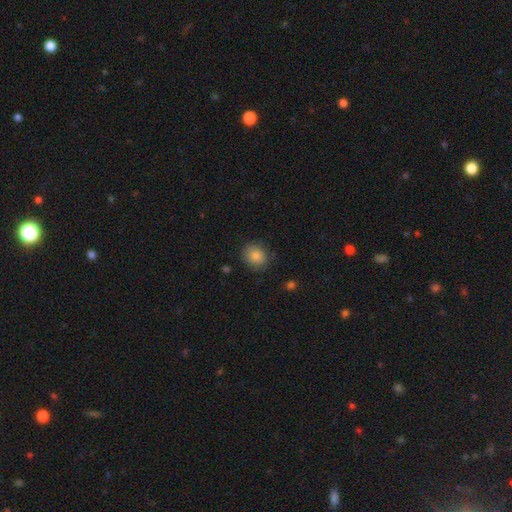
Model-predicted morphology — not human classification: smooth_or_featured: smooth (p=0.84) [alt: star or artifact p=0.09]
how_rounded: round (p=0.72) [alt: in between p=0.27]
merging: none (p=0.82) [alt: minor disturbance p=0.13]